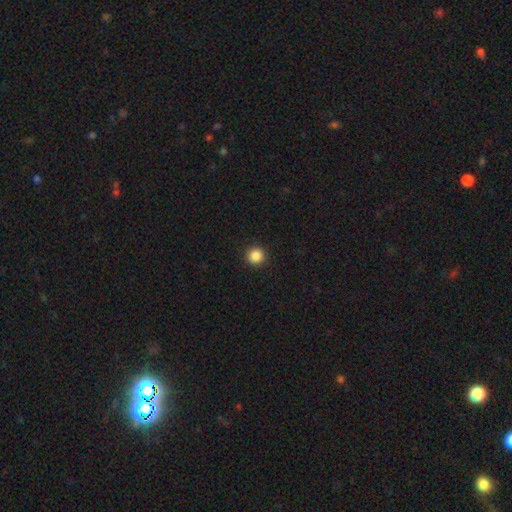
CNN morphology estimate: type=smooth (87%); roundness=round (96%); merging=none (93%).